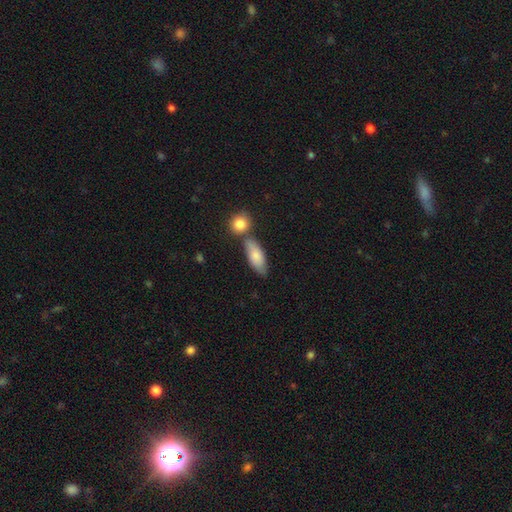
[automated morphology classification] Smooth or featured? Predicted: smooth (p=0.80). How rounded? Predicted: in between (p=0.78). Merging? Predicted: none (p=0.57).